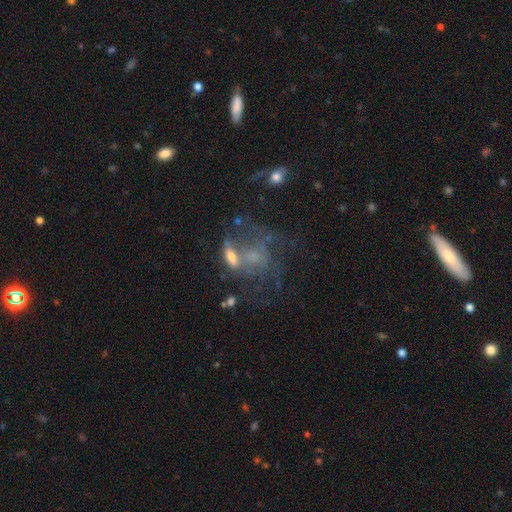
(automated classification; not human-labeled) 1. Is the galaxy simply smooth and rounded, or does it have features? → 53% featured or disk, 28% smooth, 19% star or artifact.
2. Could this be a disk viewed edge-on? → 92% no, 8% yes.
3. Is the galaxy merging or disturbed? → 31% none, 29% major disturbance, 24% merger, 15% minor disturbance.